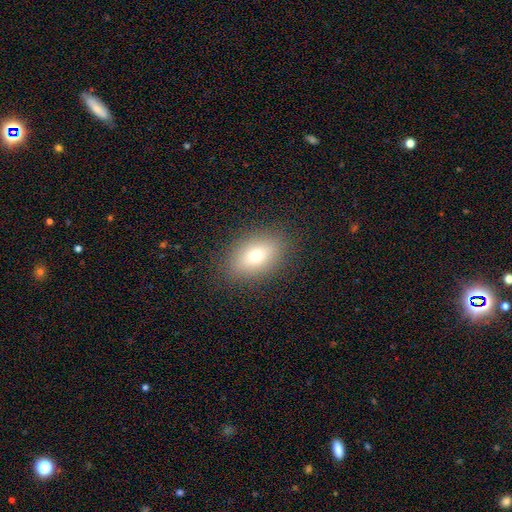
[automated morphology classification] smooth 73%, featured or disk 17%, star or artifact 10%. Down the decision tree: how rounded — in between (85%); merging — none (87%).